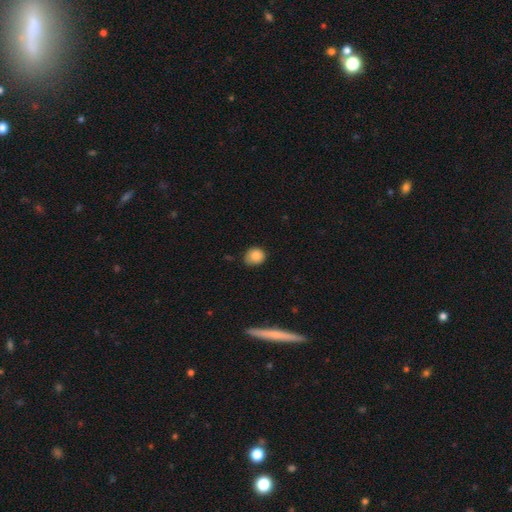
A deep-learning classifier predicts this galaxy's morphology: Q: Smooth or featured?
A: smooth (86%); runner-up: star or artifact (9%)
Q: How rounded?
A: round (72%); runner-up: in between (27%)
Q: Merging?
A: none (69%); runner-up: minor disturbance (25%)